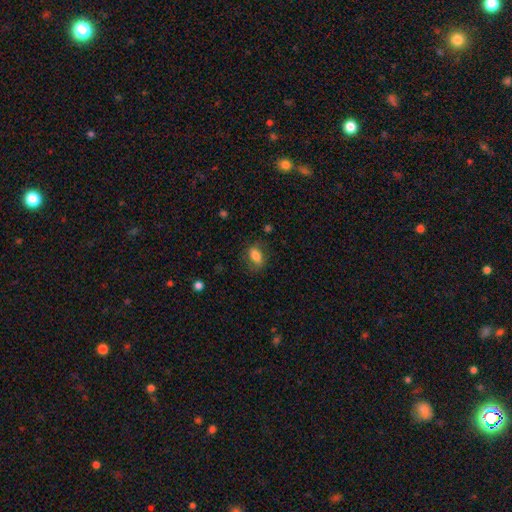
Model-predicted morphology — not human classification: smooth_or_featured: smooth (p=0.77) [alt: featured or disk p=0.14]
how_rounded: in between (p=0.84) [alt: round p=0.11]
merging: none (p=0.71) [alt: minor disturbance p=0.19]